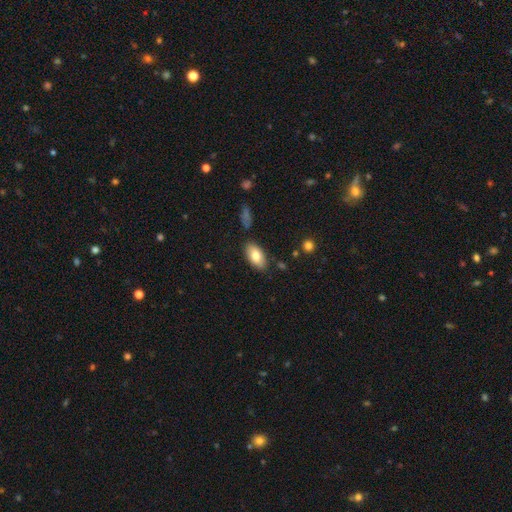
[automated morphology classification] type=smooth (78%); roundness=in between (93%); merging=none (84%).